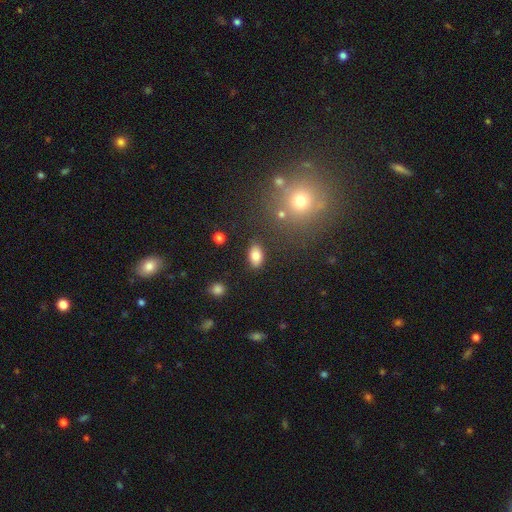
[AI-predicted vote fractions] smooth-or-featured: smooth: 82% | featured or disk: 9% | star or artifact: 9%
  how-rounded: in between: 91% | round: 7% | cigar-shaped: 2%
  merging: none: 86% | minor disturbance: 9% | major disturbance: 3% | merger: 2%